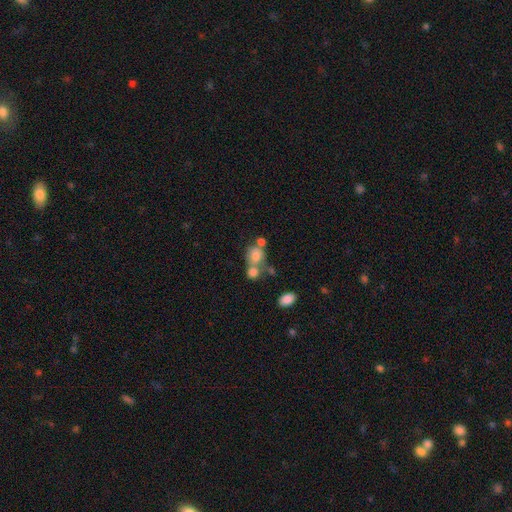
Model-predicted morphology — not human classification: Smooth or featured? smooth (75%)
How rounded? round (60%)
Merging? merger (48%)